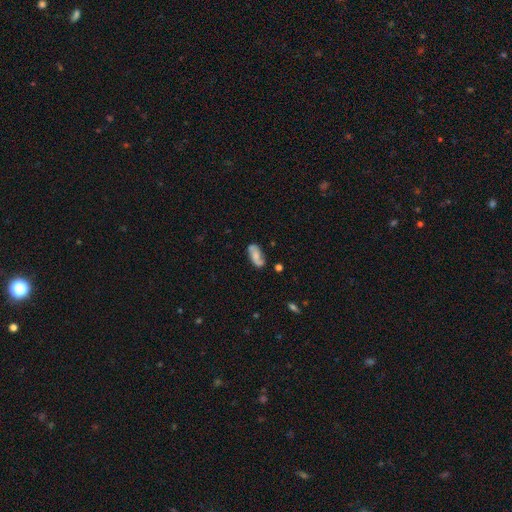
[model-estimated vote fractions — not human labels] Overall: featured or disk (46%; smooth 45%). Merging: none (70%).